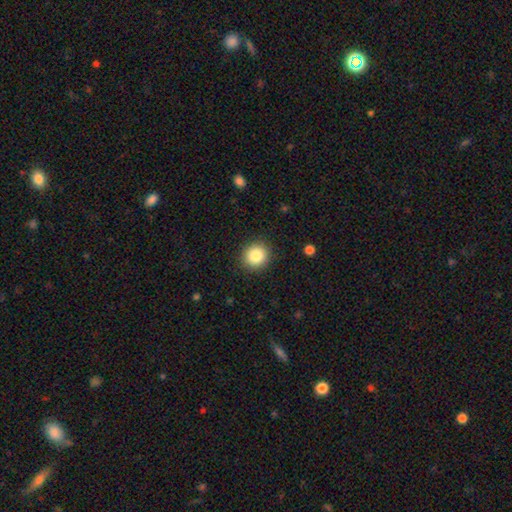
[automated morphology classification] Smooth or featured? Predicted: smooth (p=0.85). How rounded? Predicted: round (p=0.89). Merging? Predicted: none (p=0.90).